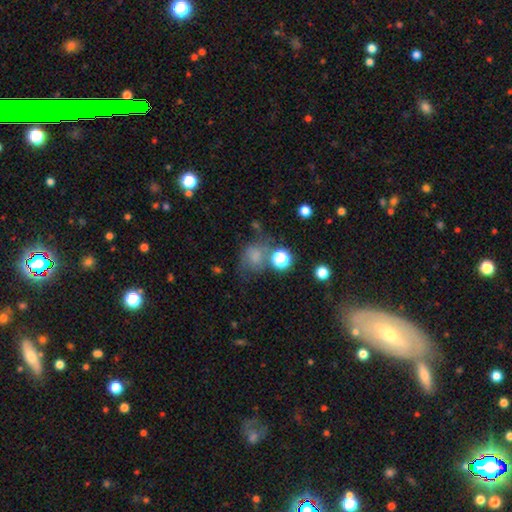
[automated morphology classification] type=smooth (61%); roundness=round (63%); merging=none (46%).